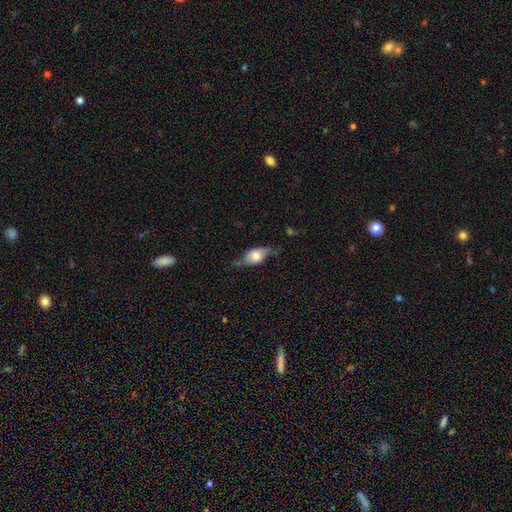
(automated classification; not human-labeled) Smooth or featured?
  - smooth: 62% *
  - featured or disk: 31%
  - star or artifact: 7%
How rounded?
  - in between: 85% *
  - round: 8%
  - cigar-shaped: 7%
Merging?
  - none: 52% *
  - minor disturbance: 32%
  - major disturbance: 12%
  - merger: 3%